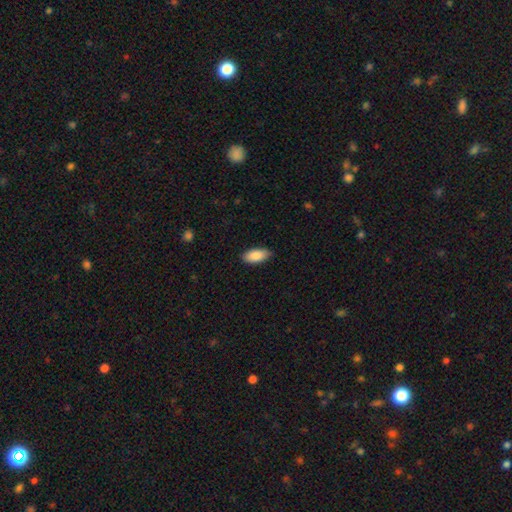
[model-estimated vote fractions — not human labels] smooth_or_featured: smooth (p=0.87) [alt: featured or disk p=0.07]
how_rounded: in between (p=0.91) [alt: cigar-shaped p=0.07]
merging: none (p=0.85) [alt: minor disturbance p=0.12]